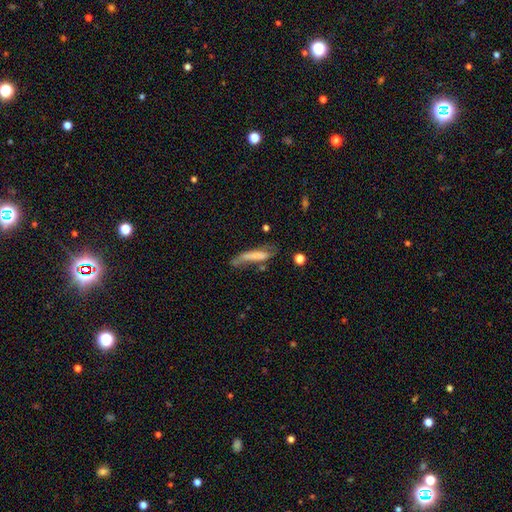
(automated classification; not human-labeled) The model was most divided on "merging": none: 35%, minor disturbance: 28%, major disturbance: 27%, merger: 10%. More confident: how rounded — cigar-shaped (79%); smooth or featured — smooth (66%).